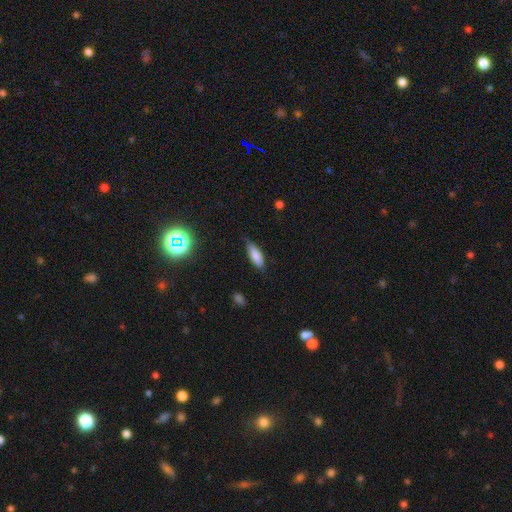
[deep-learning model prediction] The model was most divided on "how rounded": in between: 61%, cigar-shaped: 37%, round: 2%. More confident: smooth or featured — smooth (79%); merging — none (70%).